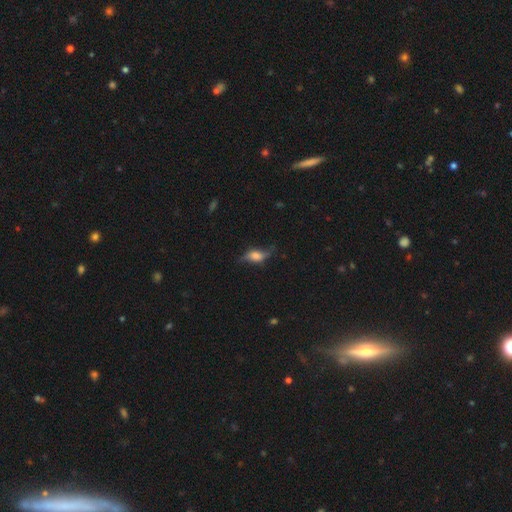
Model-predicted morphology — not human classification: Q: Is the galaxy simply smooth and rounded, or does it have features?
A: featured or disk — 46%.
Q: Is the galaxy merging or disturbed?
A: none — 61%.